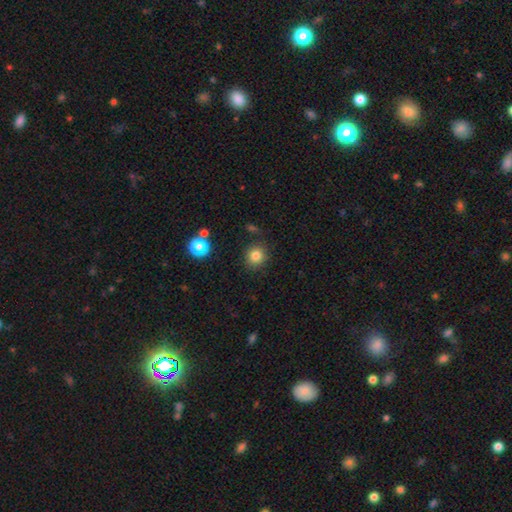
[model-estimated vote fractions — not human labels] Smooth or featured?
  - smooth: 82% *
  - star or artifact: 12%
  - featured or disk: 6%
How rounded?
  - round: 87% *
  - in between: 12%
  - cigar-shaped: 1%
Merging?
  - none: 86% *
  - minor disturbance: 9%
  - major disturbance: 3%
  - merger: 3%